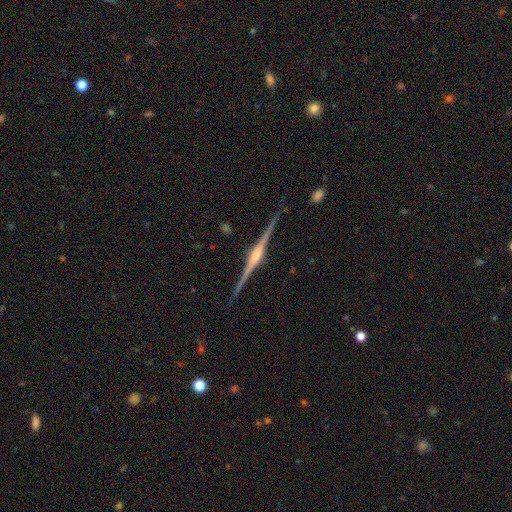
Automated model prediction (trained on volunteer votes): A featured or disk galaxy (89%) viewed edge-on (98%) with a rounded central bulge (72%).

Vote fractions:
- Smooth or featured? featured or disk: 89% / smooth: 6% / star or artifact: 5%
- Edge-on disk? yes: 98% / no: 2%
- Edge-on bulge? rounded: 72% / boxy: 22% / none: 6%
- Merging? none: 90% / minor disturbance: 7% / major disturbance: 2% / merger: 1%